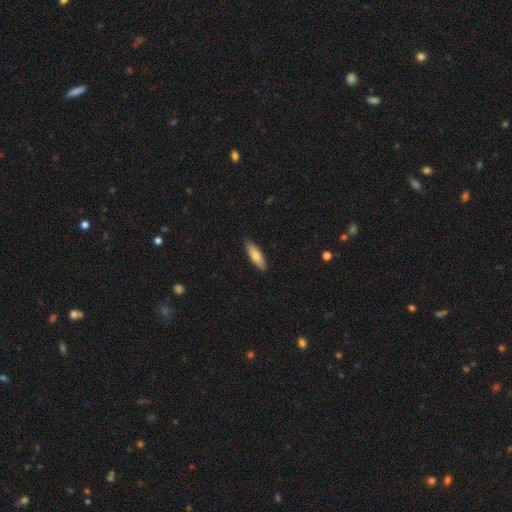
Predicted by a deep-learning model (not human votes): Morphology: type=smooth (72%); roundness=cigar-shaped (52%); merging=none (88%).